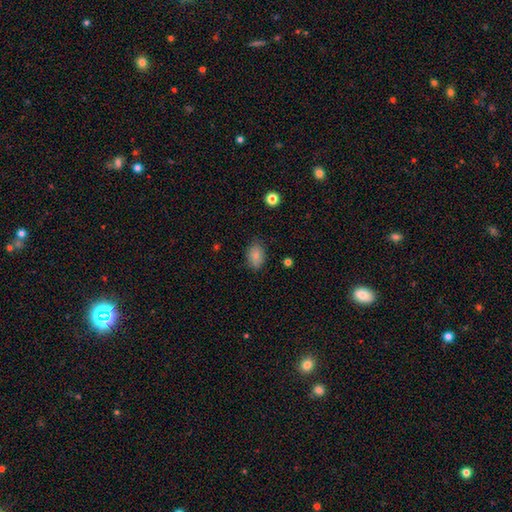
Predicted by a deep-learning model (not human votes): Smooth or featured: smooth — 84% (star or artifact — 8%)
How rounded: in between — 80% (round — 18%)
Merging: none — 79% (minor disturbance — 16%)